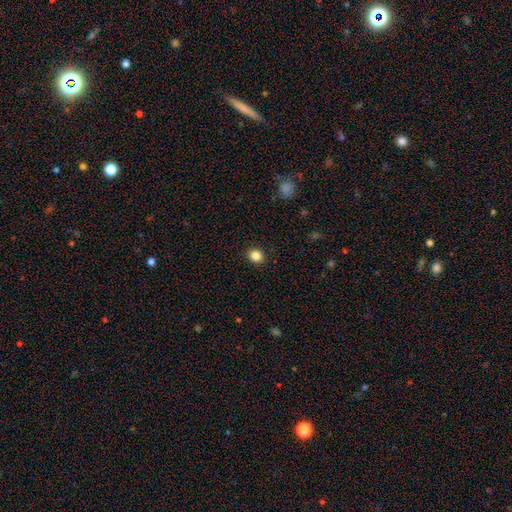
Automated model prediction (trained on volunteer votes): Q: Smooth or featured?
A: smooth (85%); runner-up: star or artifact (10%)
Q: How rounded?
A: round (67%); runner-up: in between (32%)
Q: Merging?
A: none (91%); runner-up: minor disturbance (6%)